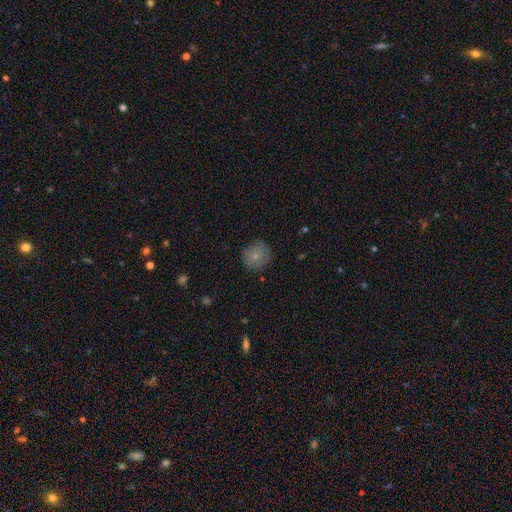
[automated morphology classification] The model was most divided on "smooth or featured": smooth: 78%, featured or disk: 13%, star or artifact: 9%. More confident: how rounded — round (86%); merging — none (82%).